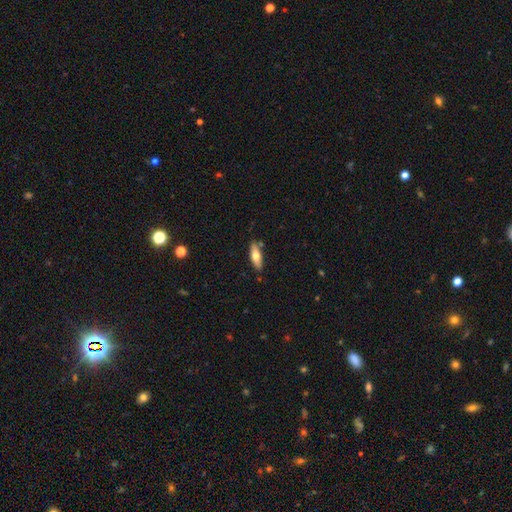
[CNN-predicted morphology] Smooth or featured? smooth (63%)
How rounded? in between (56%)
Merging? none (81%)